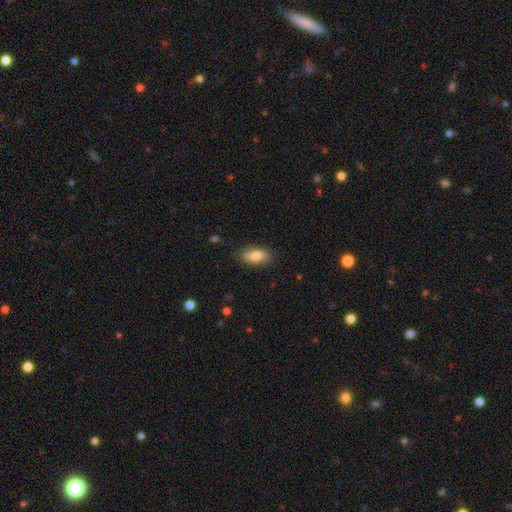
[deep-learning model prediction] This appears to be a smooth galaxy with no disk features (73%) that is in between round and cigar-shaped (84%). Merging: none (83%).